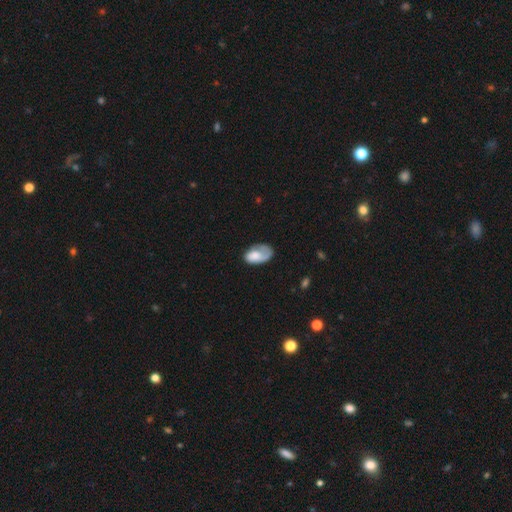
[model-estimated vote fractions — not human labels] Smooth or featured? Predicted: smooth (p=0.60). How rounded? Predicted: in between (p=0.92). Merging? Predicted: none (p=0.41).